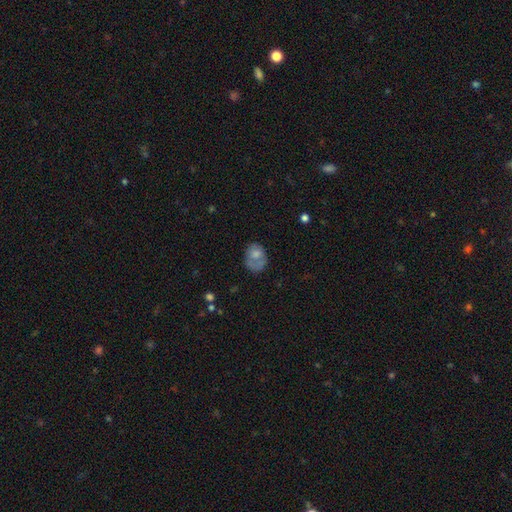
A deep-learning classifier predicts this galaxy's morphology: Smooth or featured: smooth — 64% (featured or disk — 27%)
How rounded: in between — 59% (round — 40%)
Merging: none — 40% (major disturbance — 28%)